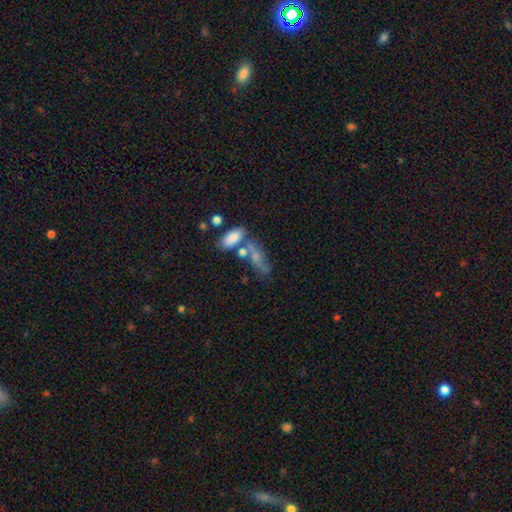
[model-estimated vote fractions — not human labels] Smooth or featured?
  - smooth: 59% *
  - featured or disk: 29%
  - star or artifact: 11%
How rounded?
  - in between: 69% *
  - cigar-shaped: 24%
  - round: 7%
Merging?
  - none: 39% *
  - merger: 34%
  - minor disturbance: 17%
  - major disturbance: 11%